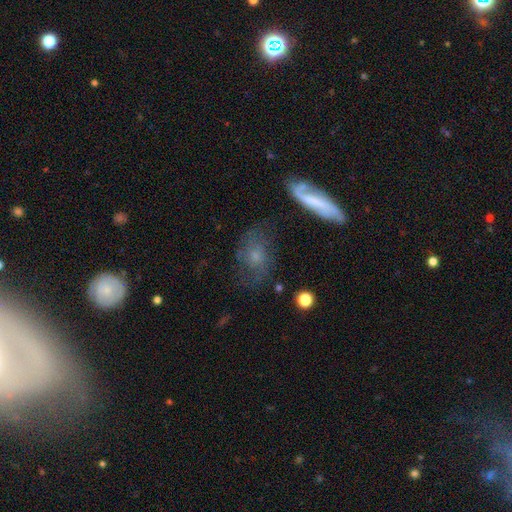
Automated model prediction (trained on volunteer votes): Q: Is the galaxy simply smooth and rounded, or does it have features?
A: featured or disk — 53%.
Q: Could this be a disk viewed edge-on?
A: no — 88%.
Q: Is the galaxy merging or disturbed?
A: none — 58%.